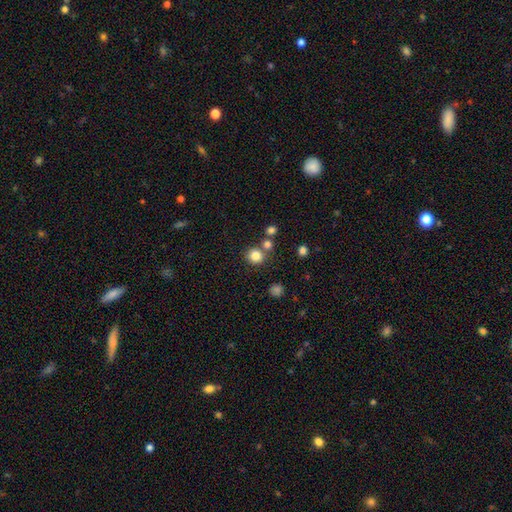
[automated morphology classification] The model was most divided on "merging": none: 74%, merger: 15%, minor disturbance: 8%, major disturbance: 3%. More confident: how rounded — round (90%); smooth or featured — smooth (82%).